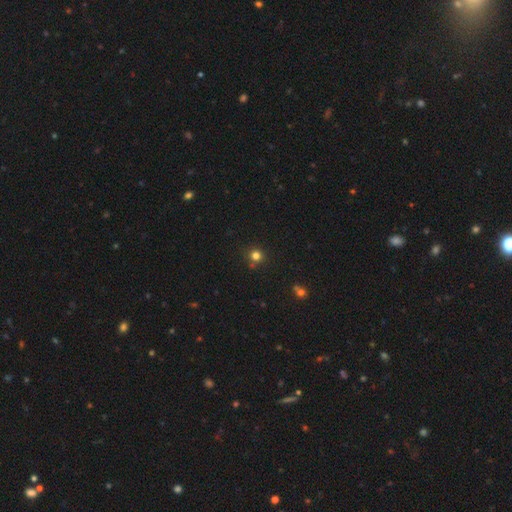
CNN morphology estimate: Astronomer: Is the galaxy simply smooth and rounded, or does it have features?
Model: smooth — 77%.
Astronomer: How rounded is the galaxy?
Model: round — 92%.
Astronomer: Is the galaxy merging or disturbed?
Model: none — 80%.